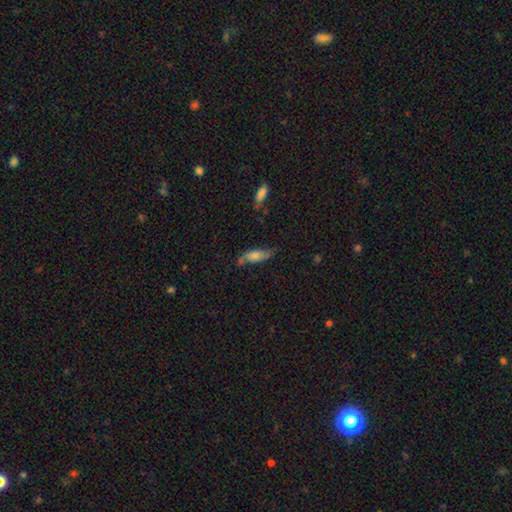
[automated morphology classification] smooth-or-featured: smooth: 56% | featured or disk: 36% | star or artifact: 8%
  how-rounded: in between: 65% | cigar-shaped: 32% | round: 3%
  merging: none: 55% | minor disturbance: 28% | major disturbance: 11% | merger: 7%